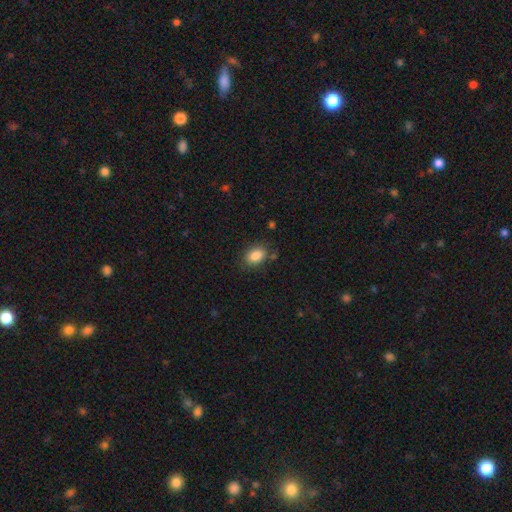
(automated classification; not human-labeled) This is clearly a smooth galaxy (86%). How rounded: clearly in between (83%). Merging: likely none (79%).